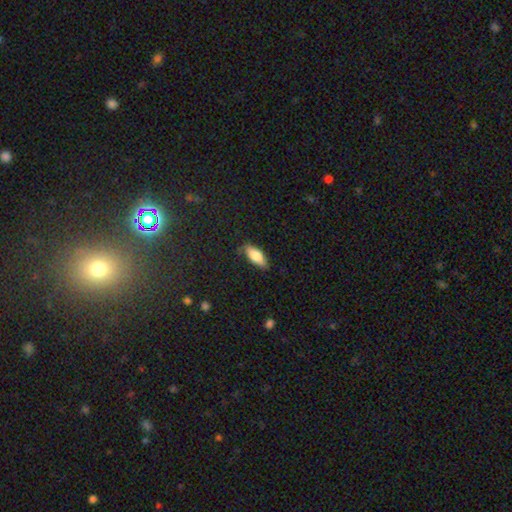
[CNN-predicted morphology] Smooth or featured?
  - smooth: 79% *
  - featured or disk: 14%
  - star or artifact: 7%
How rounded?
  - in between: 79% *
  - cigar-shaped: 19%
  - round: 2%
Merging?
  - none: 78% *
  - minor disturbance: 17%
  - major disturbance: 3%
  - merger: 1%